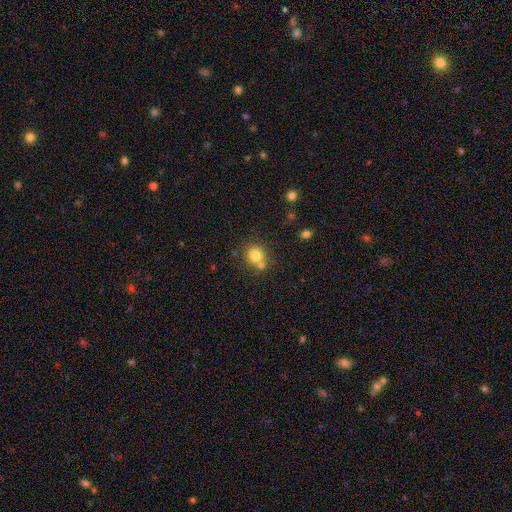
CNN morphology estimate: Q: Smooth or featured?
A: smooth (79%); runner-up: star or artifact (12%)
Q: How rounded?
A: round (85%); runner-up: in between (14%)
Q: Merging?
A: none (61%); runner-up: merger (26%)